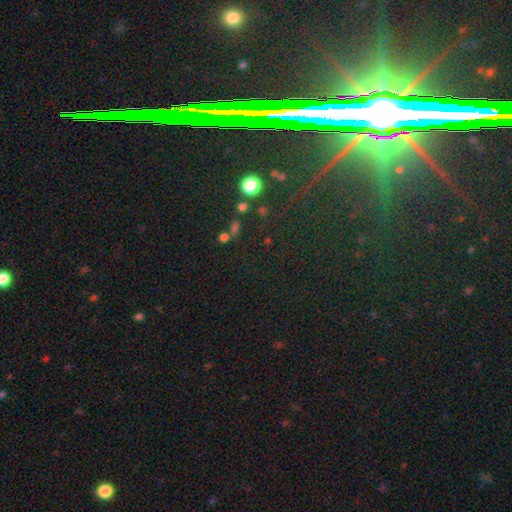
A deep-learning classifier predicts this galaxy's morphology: The model was most divided on "smooth or featured": star or artifact: 74%, featured or disk: 15%, smooth: 12%.